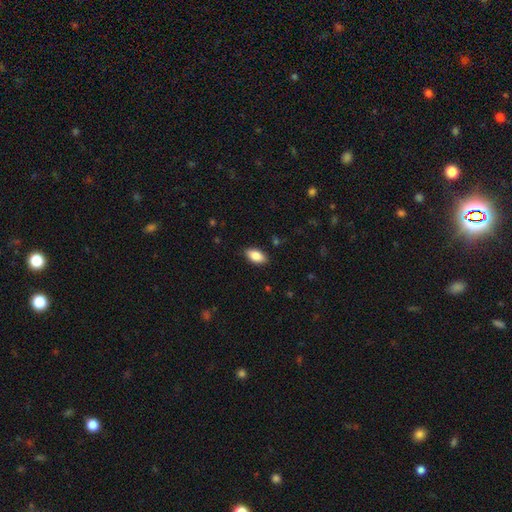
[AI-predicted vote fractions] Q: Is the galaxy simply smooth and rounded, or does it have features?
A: smooth — 86%.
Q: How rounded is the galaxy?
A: in between — 92%.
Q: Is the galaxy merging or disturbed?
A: none — 88%.